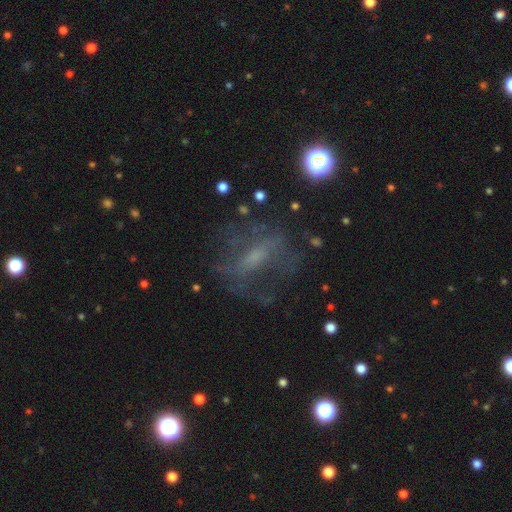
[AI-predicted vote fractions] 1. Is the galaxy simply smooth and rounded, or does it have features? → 57% featured or disk, 23% smooth, 20% star or artifact.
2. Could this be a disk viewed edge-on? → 85% no, 15% yes.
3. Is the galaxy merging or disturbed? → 61% none, 20% major disturbance, 17% minor disturbance, 3% merger.